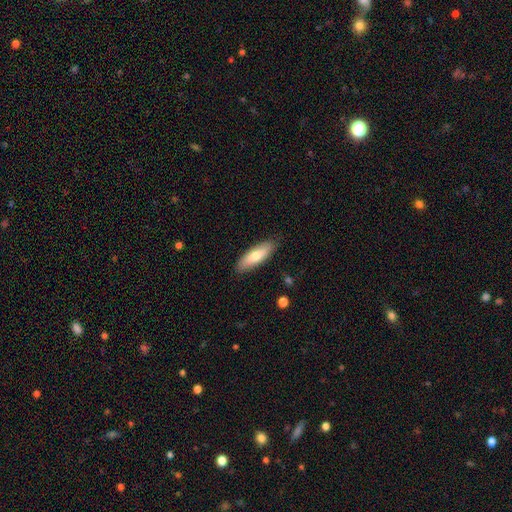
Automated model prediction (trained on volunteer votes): A smooth galaxy with no disk features (71%) that is in between round and cigar-shaped (55%). Merging: none (86%).